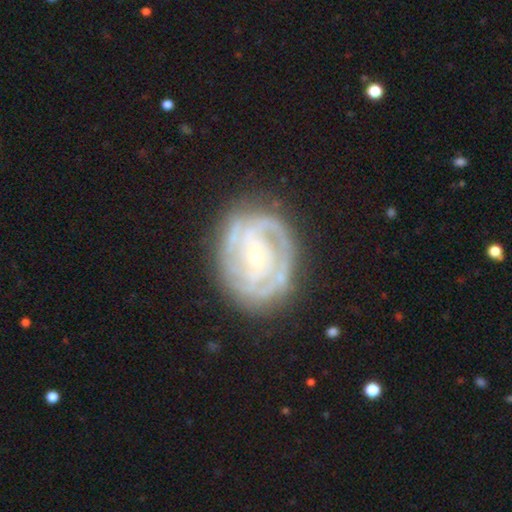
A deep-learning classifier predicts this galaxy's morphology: This appears to be a featured or disk galaxy (86%) with no bar (51%), 2 (37%) tight (69%) spiral arms (94%) and a small central bulge (70%). Merging: none (73%).